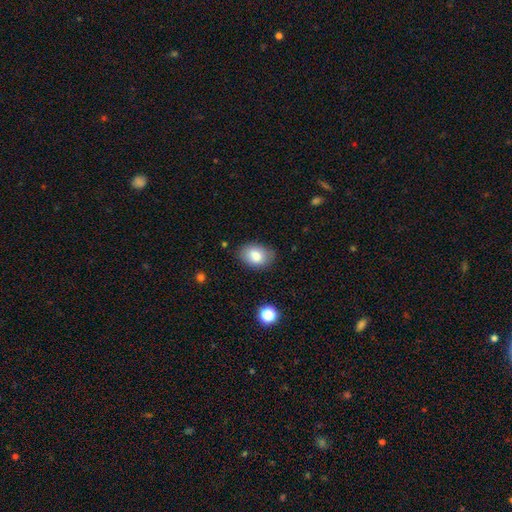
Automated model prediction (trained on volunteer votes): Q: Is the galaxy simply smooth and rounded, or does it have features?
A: smooth — 83%.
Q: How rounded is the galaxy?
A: in between — 81%.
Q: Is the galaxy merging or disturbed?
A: none — 80%.